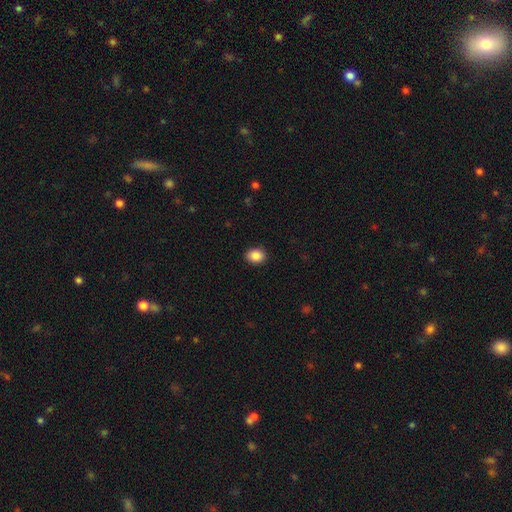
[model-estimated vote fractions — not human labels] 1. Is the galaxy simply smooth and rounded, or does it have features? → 87% smooth, 9% star or artifact, 4% featured or disk.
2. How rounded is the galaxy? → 57% in between, 42% round, 1% cigar-shaped.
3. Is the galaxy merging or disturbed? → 90% none, 8% minor disturbance, 2% major disturbance, 1% merger.